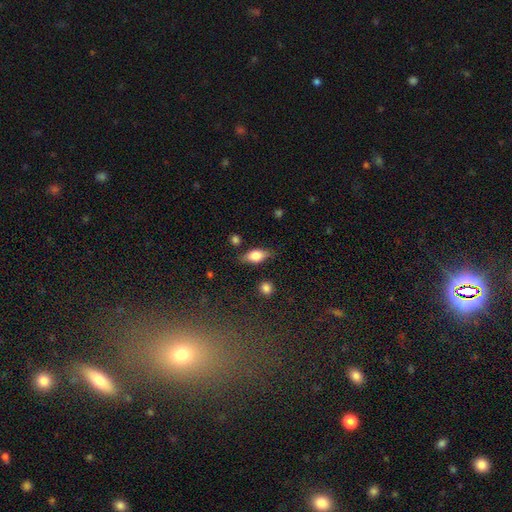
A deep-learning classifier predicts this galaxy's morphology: smooth-or-featured: smooth: 68% | featured or disk: 25% | star or artifact: 7%
  how-rounded: in between: 80% | cigar-shaped: 14% | round: 6%
  merging: none: 79% | minor disturbance: 15% | major disturbance: 3% | merger: 3%